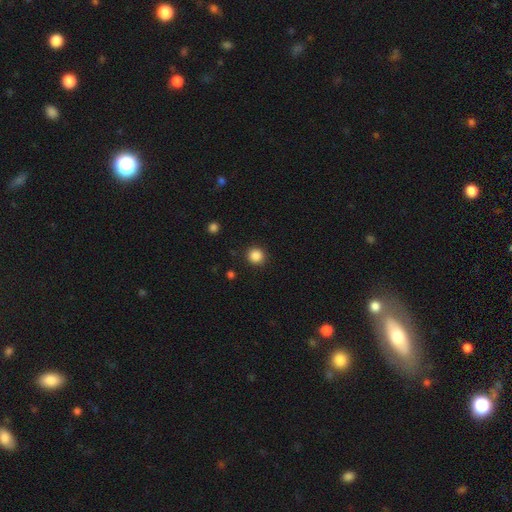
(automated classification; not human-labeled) smooth_or_featured: smooth (p=0.86) [alt: star or artifact p=0.11]
how_rounded: round (p=0.93) [alt: in between p=0.06]
merging: none (p=0.91) [alt: minor disturbance p=0.05]